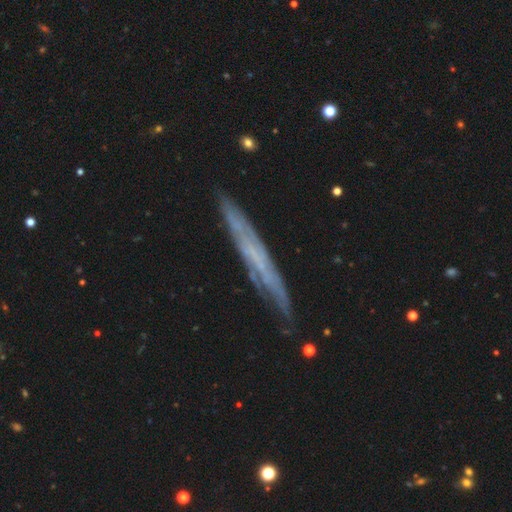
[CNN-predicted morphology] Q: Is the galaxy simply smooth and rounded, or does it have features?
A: featured or disk — 64%.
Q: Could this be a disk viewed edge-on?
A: yes — 83%.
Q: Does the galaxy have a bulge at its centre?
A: none — 85%.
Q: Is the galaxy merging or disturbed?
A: none — 75%.